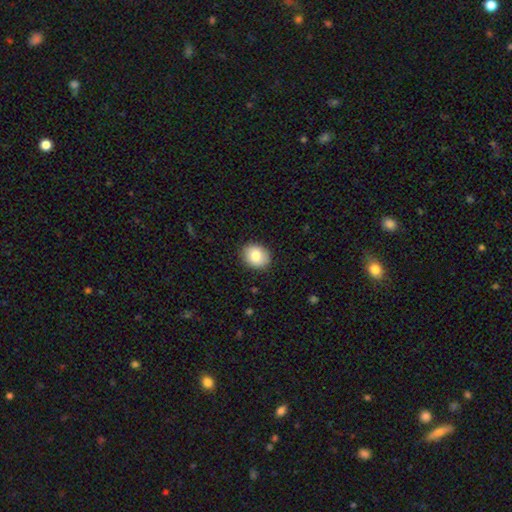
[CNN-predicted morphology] The model was most divided on "how rounded": round: 52%, in between: 47%, cigar-shaped: 1%. More confident: merging — none (89%); smooth or featured — smooth (84%).